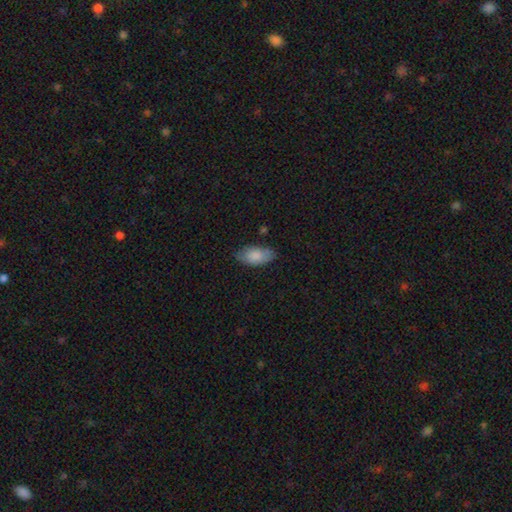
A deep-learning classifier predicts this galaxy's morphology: Smooth or featured? smooth (85%)
How rounded? in between (94%)
Merging? none (77%)